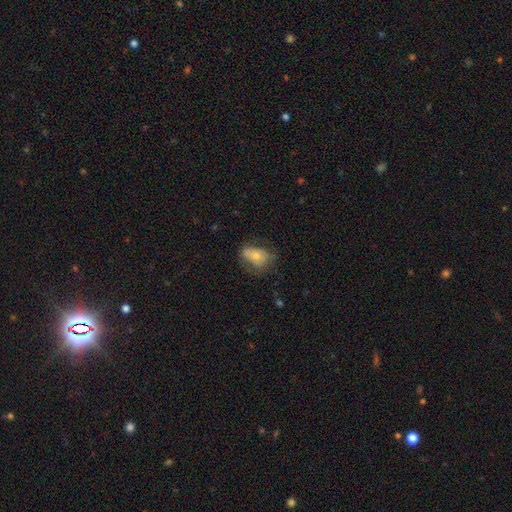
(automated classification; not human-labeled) Smooth or featured? smooth (62%)
How rounded? in between (79%)
Merging? none (49%)